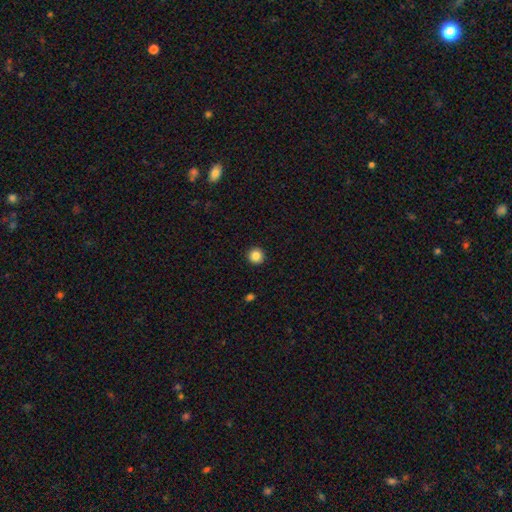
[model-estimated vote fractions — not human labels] A smooth galaxy with no disk features (86%) that is round (95%).

Vote fractions:
- Smooth or featured? smooth: 86% / star or artifact: 10% / featured or disk: 4%
- How rounded? round: 95% / in between: 4% / cigar-shaped: 1%
- Merging? none: 94% / minor disturbance: 4% / major disturbance: 1% / merger: 1%